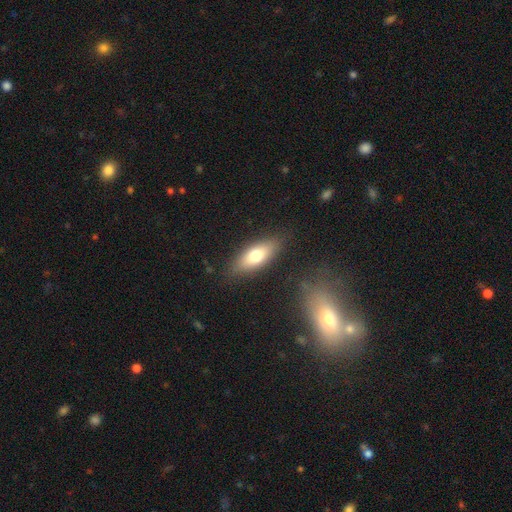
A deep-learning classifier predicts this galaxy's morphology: Q: Smooth or featured?
A: smooth (71%); runner-up: featured or disk (22%)
Q: How rounded?
A: in between (73%); runner-up: cigar-shaped (24%)
Q: Merging?
A: none (84%); runner-up: minor disturbance (11%)